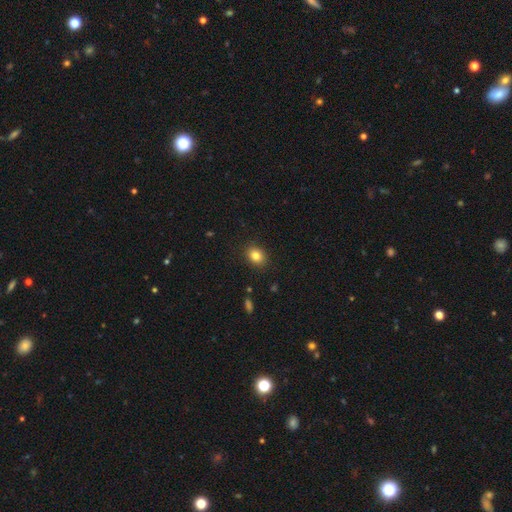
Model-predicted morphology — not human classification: The model was most divided on "how rounded": in between: 55%, round: 44%, cigar-shaped: 1%. More confident: merging — none (88%); smooth or featured — smooth (83%).